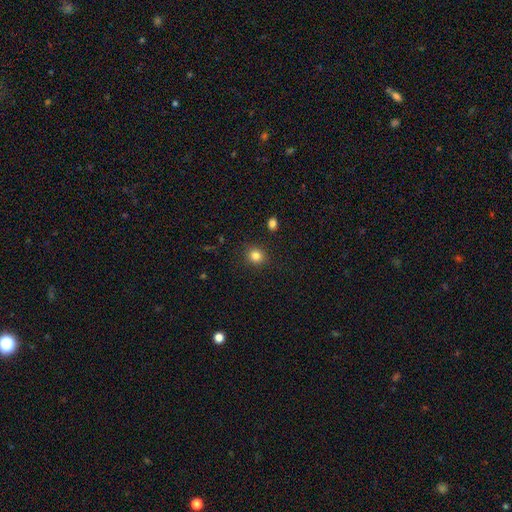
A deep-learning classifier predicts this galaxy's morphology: Smooth or featured: smooth — 83% (star or artifact — 12%)
How rounded: round — 84% (in between — 15%)
Merging: none — 90% (minor disturbance — 7%)